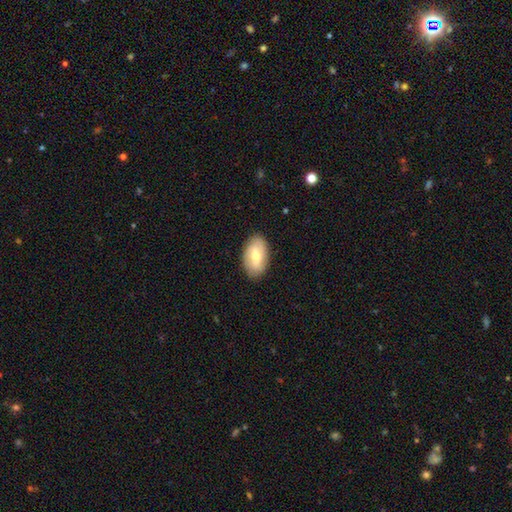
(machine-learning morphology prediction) smooth 61%, featured or disk 32%, star or artifact 6%. Down the decision tree: how rounded — in between (93%); merging — none (86%).